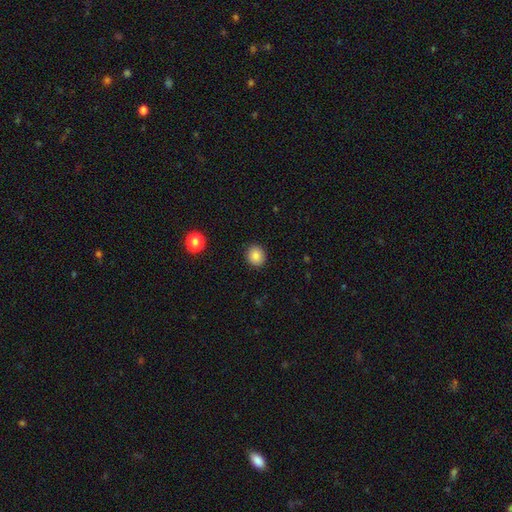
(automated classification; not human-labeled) Smooth or featured: smooth — 86% (star or artifact — 9%)
How rounded: round — 83% (in between — 16%)
Merging: none — 91% (minor disturbance — 6%)